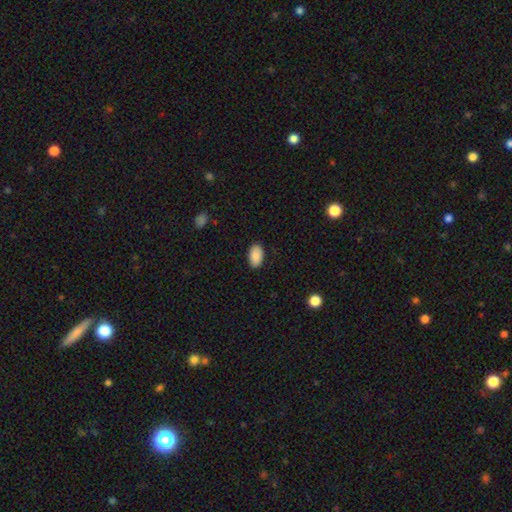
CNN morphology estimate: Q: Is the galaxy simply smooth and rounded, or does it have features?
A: smooth — 89%.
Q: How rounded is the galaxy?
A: in between — 93%.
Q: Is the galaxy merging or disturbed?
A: none — 87%.